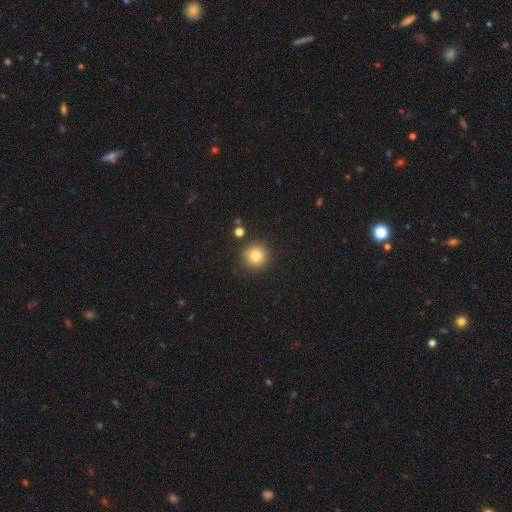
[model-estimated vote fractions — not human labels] smooth-or-featured: smooth: 80% | star or artifact: 12% | featured or disk: 8%
  how-rounded: round: 95% | in between: 4% | cigar-shaped: 1%
  merging: none: 87% | minor disturbance: 7% | merger: 4% | major disturbance: 2%